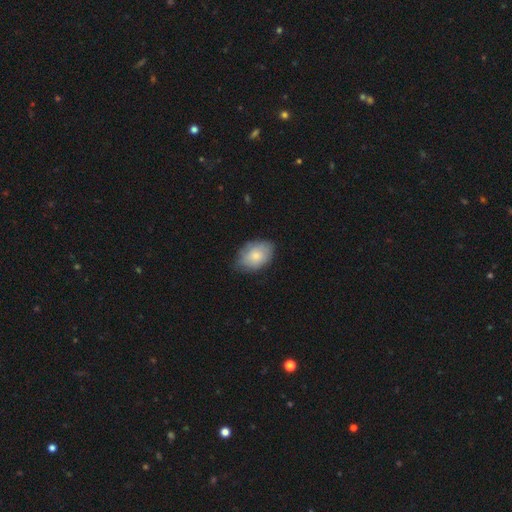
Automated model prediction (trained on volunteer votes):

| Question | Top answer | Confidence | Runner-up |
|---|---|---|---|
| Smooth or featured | smooth | 74% | featured or disk (20%) |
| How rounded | in between | 84% | round (15%) |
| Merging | none | 69% | minor disturbance (25%) |